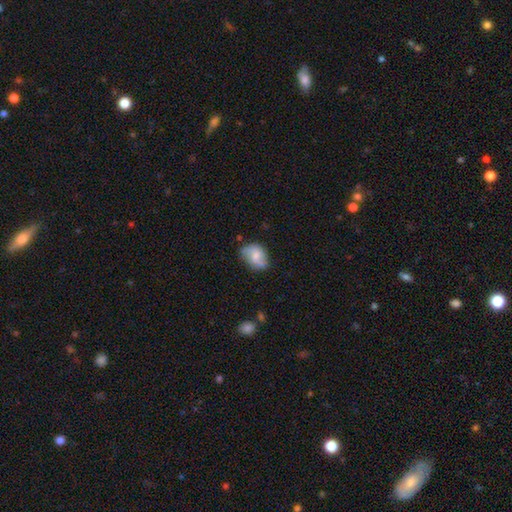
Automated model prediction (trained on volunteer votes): Smooth or featured? Predicted: smooth (p=0.54). How rounded? Predicted: in between (p=0.74). Merging? Predicted: none (p=0.56).